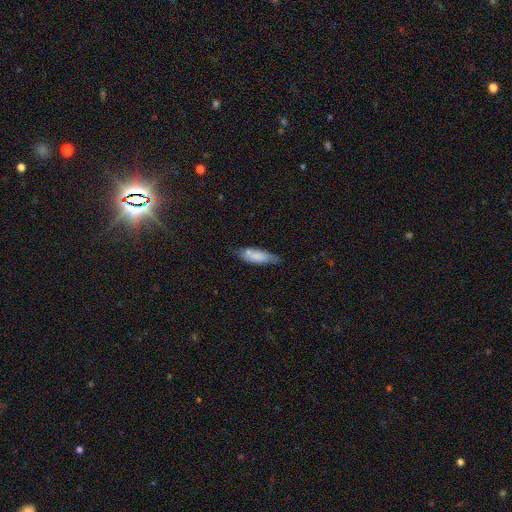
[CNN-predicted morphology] Smooth or featured: smooth — 77% (featured or disk — 16%)
How rounded: in between — 56% (cigar-shaped — 43%)
Merging: none — 62% (minor disturbance — 26%)